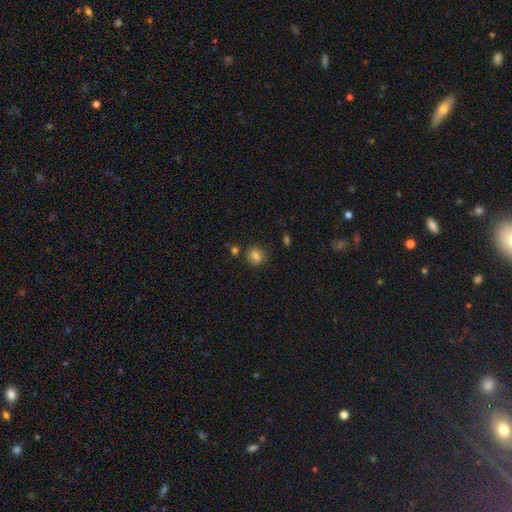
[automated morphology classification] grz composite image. It shows a smooth galaxy with no disk features (82%) that is round (74%). Merging: none (80%).